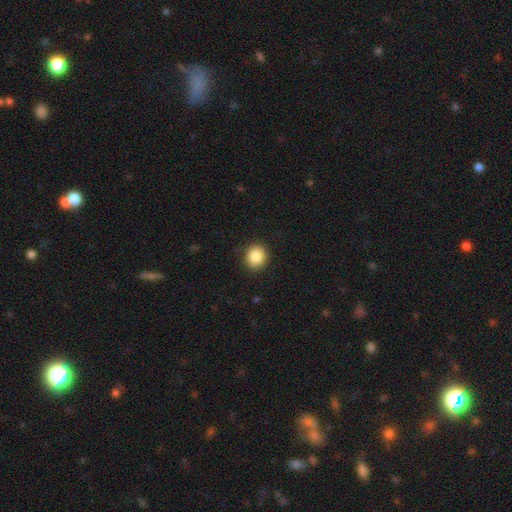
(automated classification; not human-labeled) Smooth or featured?
  - smooth: 87% *
  - star or artifact: 8%
  - featured or disk: 4%
How rounded?
  - round: 81% *
  - in between: 18%
  - cigar-shaped: 1%
Merging?
  - none: 90% *
  - minor disturbance: 7%
  - major disturbance: 2%
  - merger: 1%